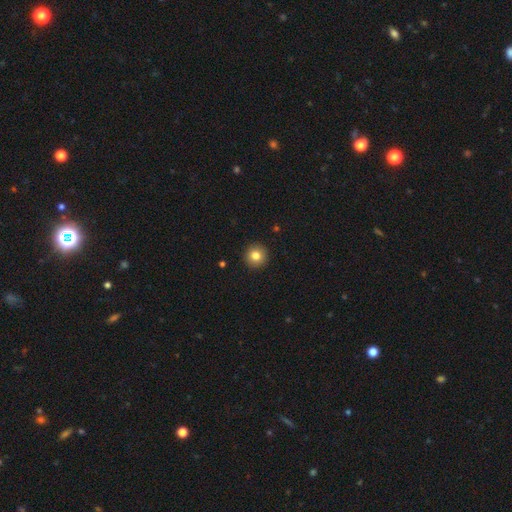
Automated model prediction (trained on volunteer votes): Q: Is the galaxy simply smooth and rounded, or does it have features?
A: smooth — 82%.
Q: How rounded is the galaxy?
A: round — 95%.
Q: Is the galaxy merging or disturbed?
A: none — 93%.